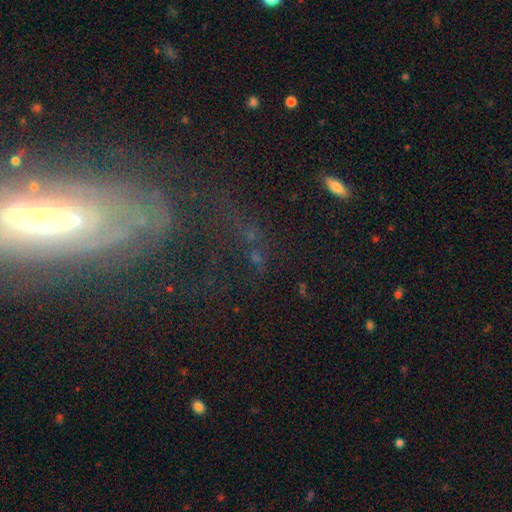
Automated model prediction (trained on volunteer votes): star or artifact 48%, smooth 29%, featured or disk 23%.